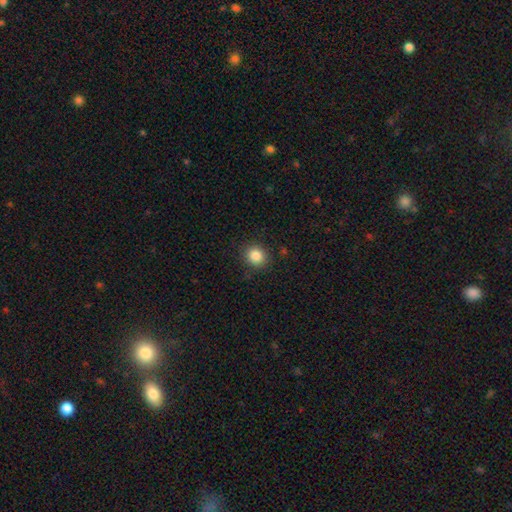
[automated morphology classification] smooth_or_featured: smooth (p=0.85) [alt: star or artifact p=0.10]
how_rounded: round (p=0.83) [alt: in between p=0.17]
merging: none (p=0.88) [alt: minor disturbance p=0.08]